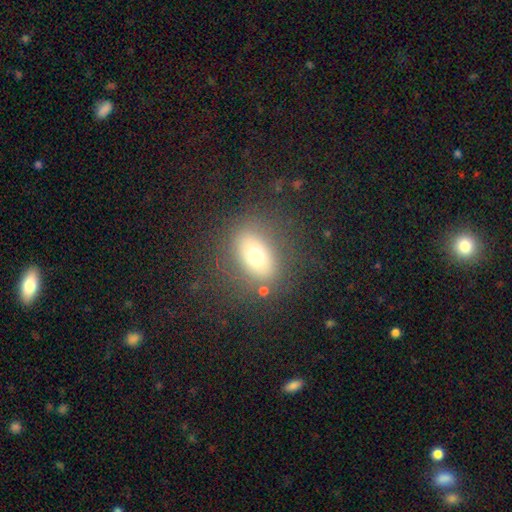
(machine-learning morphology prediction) The model was most divided on "smooth or featured": smooth: 64%, featured or disk: 24%, star or artifact: 12%. More confident: merging — none (77%); how rounded — in between (76%).